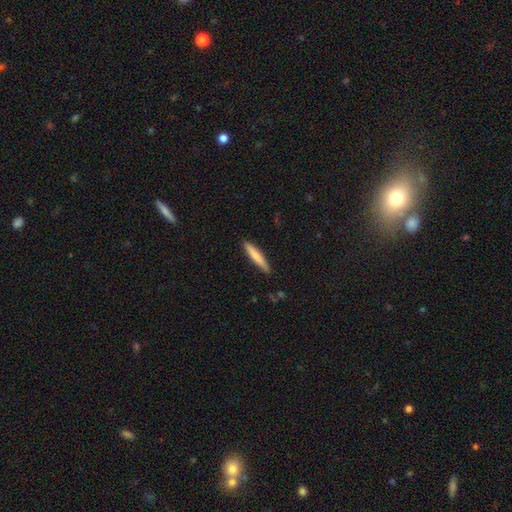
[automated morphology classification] This is likely a smooth galaxy (73%). How rounded: clearly cigar-shaped (92%). Merging: clearly none (89%).